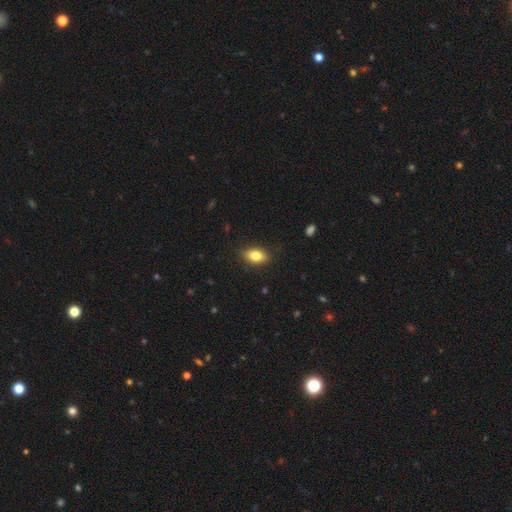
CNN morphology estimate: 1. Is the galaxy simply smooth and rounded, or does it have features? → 81% smooth, 11% featured or disk, 8% star or artifact.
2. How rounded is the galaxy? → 87% in between, 9% round, 4% cigar-shaped.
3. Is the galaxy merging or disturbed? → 86% none, 11% minor disturbance, 2% major disturbance, 1% merger.